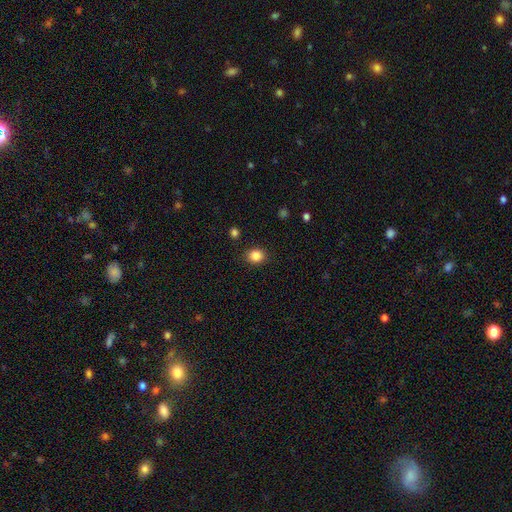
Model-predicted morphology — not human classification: smooth_or_featured: smooth (p=0.85) [alt: star or artifact p=0.11]
how_rounded: round (p=0.69) [alt: in between p=0.30]
merging: none (p=0.88) [alt: minor disturbance p=0.08]